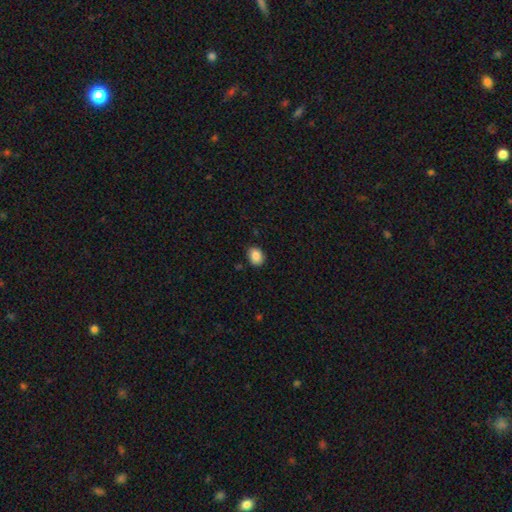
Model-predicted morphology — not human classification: smooth-or-featured: smooth: 87% | star or artifact: 9% | featured or disk: 5%
  how-rounded: in between: 55% | round: 44% | cigar-shaped: 1%
  merging: none: 84% | minor disturbance: 12% | major disturbance: 2% | merger: 1%